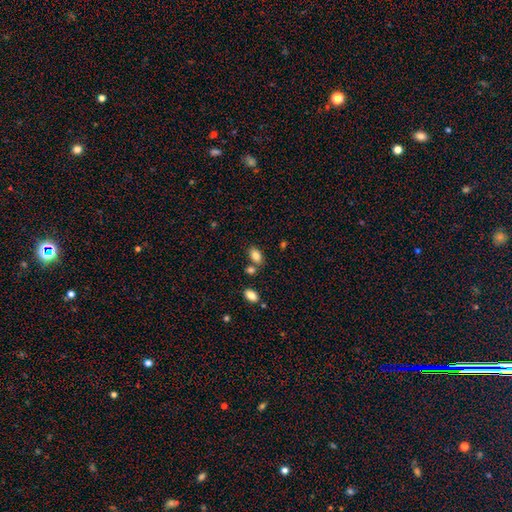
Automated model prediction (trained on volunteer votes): Smooth or featured? Predicted: smooth (p=0.85). How rounded? Predicted: in between (p=0.89). Merging? Predicted: none (p=0.69).